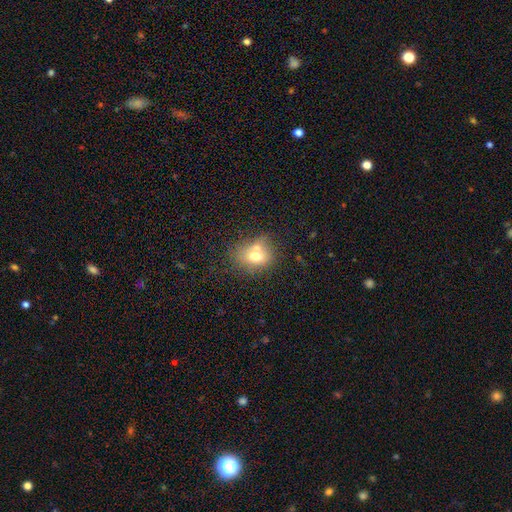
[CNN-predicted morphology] Q: Smooth or featured?
A: smooth (68%); runner-up: featured or disk (21%)
Q: How rounded?
A: in between (52%); runner-up: round (47%)
Q: Merging?
A: none (41%); runner-up: merger (36%)